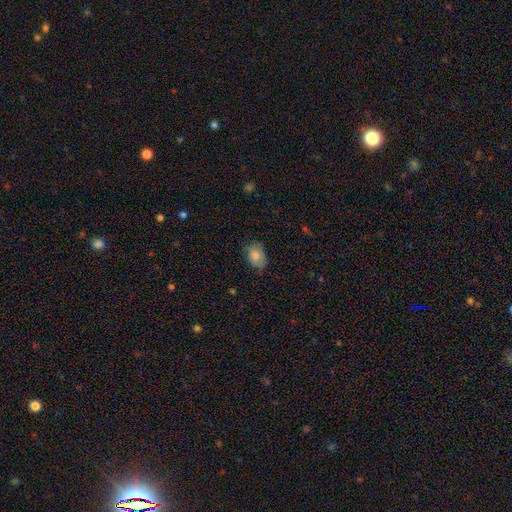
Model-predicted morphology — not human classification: Smooth or featured: smooth — 82% (featured or disk — 11%)
How rounded: in between — 79% (round — 20%)
Merging: none — 69% (minor disturbance — 25%)